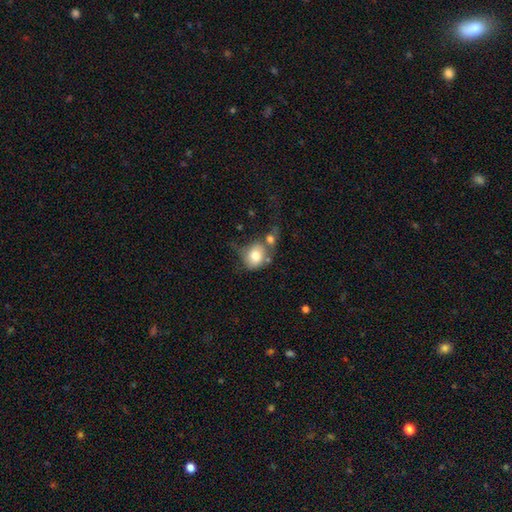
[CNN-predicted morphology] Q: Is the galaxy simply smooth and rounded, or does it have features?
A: smooth — 77%.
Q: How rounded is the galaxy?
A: round — 63%.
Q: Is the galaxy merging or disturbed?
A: none — 35%.